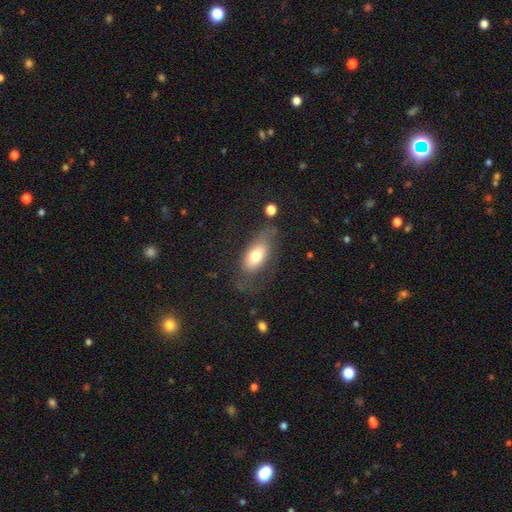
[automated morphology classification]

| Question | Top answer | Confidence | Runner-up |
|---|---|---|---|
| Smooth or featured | smooth | 68% | featured or disk (25%) |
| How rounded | in between | 86% | cigar-shaped (10%) |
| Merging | none | 48% | minor disturbance (27%) |